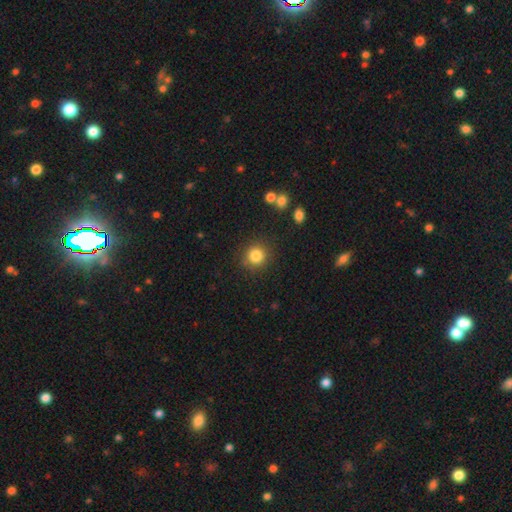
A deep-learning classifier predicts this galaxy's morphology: Smooth or featured? Predicted: smooth (p=0.84). How rounded? Predicted: round (p=0.92). Merging? Predicted: none (p=0.86).